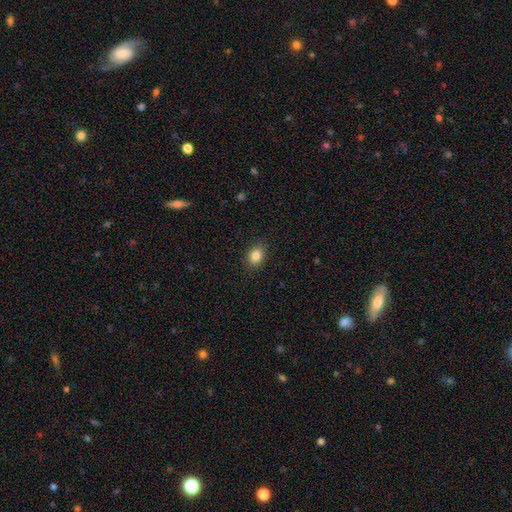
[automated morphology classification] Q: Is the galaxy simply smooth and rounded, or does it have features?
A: smooth — 84%.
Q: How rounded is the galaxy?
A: in between — 59%.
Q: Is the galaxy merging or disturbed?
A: none — 88%.